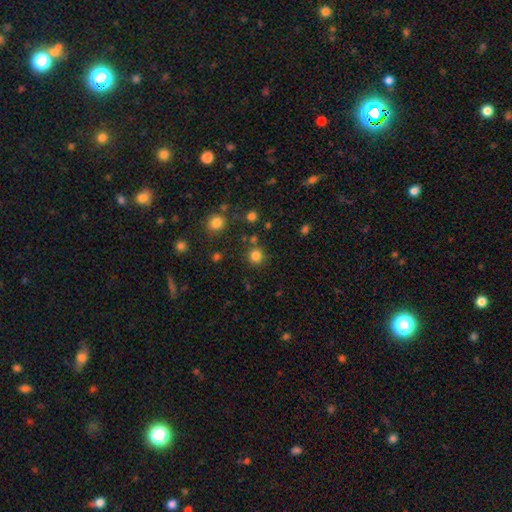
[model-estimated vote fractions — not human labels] Morphology: type=smooth (81%); roundness=round (93%); merging=none (84%).